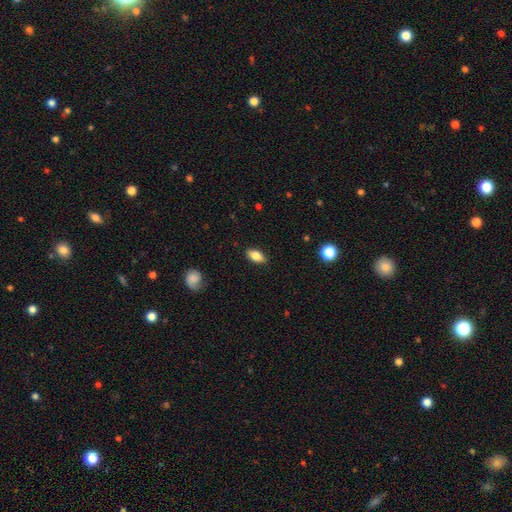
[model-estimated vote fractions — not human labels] smooth_or_featured: smooth (p=0.78) [alt: featured or disk p=0.14]
how_rounded: in between (p=0.87) [alt: cigar-shaped p=0.08]
merging: none (p=0.87) [alt: minor disturbance p=0.10]